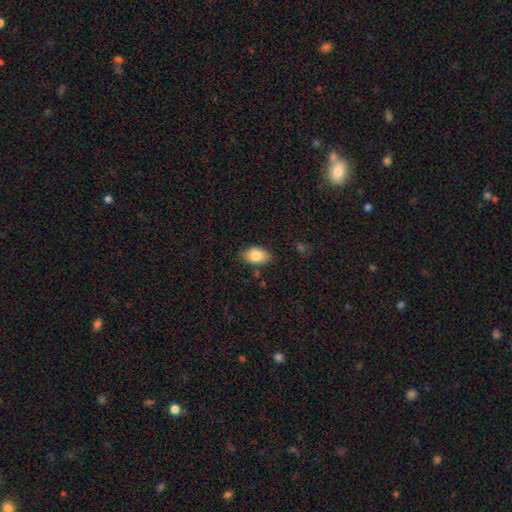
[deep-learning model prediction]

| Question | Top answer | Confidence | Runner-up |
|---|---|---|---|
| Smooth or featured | smooth | 83% | featured or disk (10%) |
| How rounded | in between | 88% | round (10%) |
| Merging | none | 80% | minor disturbance (15%) |